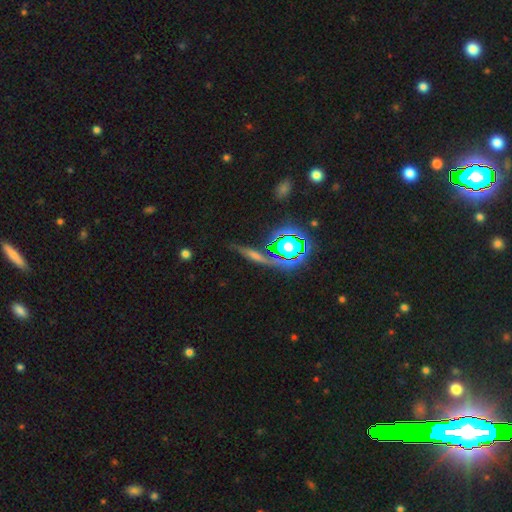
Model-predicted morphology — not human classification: featured or disk 41%, smooth 30%, star or artifact 29%. Down the decision tree: merging — none (76%).